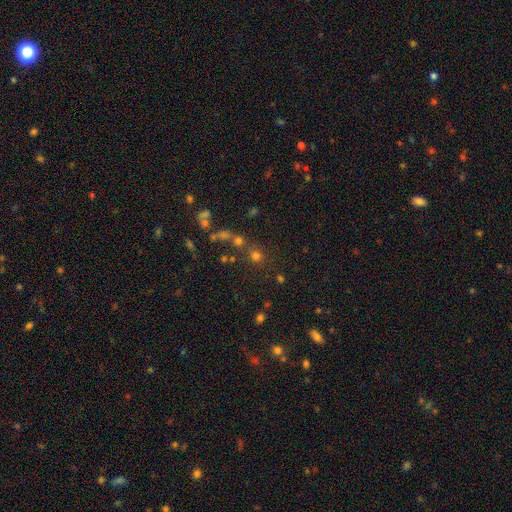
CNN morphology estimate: Smooth or featured? smooth (53%)
How rounded? round (88%)
Merging? none (67%)